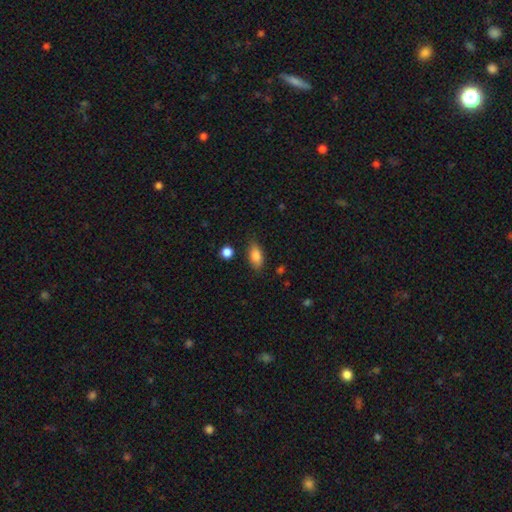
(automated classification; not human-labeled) smooth_or_featured: smooth (p=0.85) [alt: star or artifact p=0.08]
how_rounded: in between (p=0.86) [alt: cigar-shaped p=0.09]
merging: none (p=0.81) [alt: minor disturbance p=0.14]